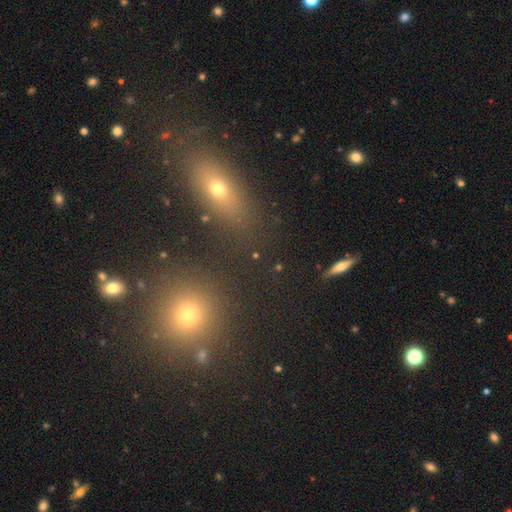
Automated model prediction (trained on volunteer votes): Overall: smooth (57%; star or artifact 28%). How rounded: round (51%; in between 36%). Merging: none (79%).